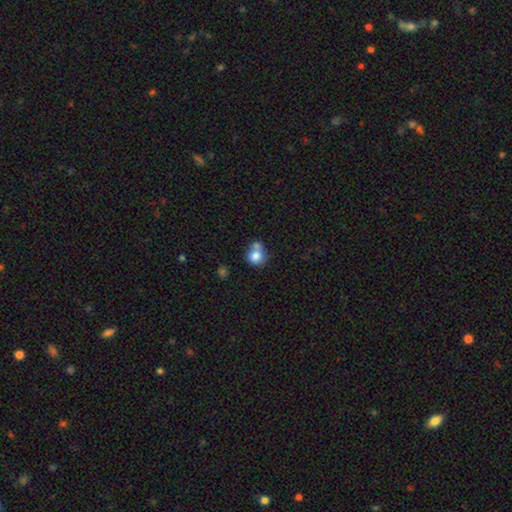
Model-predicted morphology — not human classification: This appears to be a smooth galaxy with no disk features (79%) that is round (83%). Merging: none (43%).